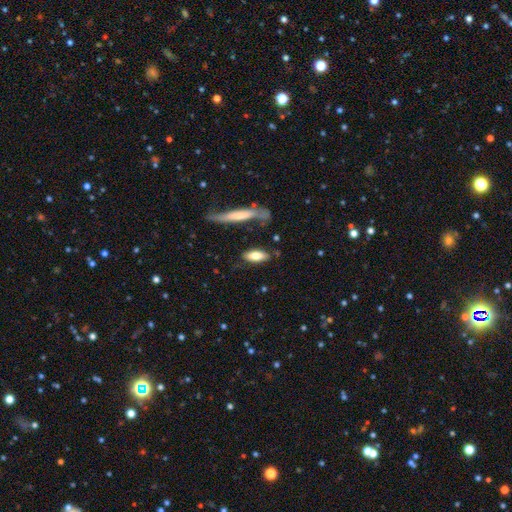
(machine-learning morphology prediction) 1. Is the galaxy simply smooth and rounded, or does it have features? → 75% smooth, 18% featured or disk, 6% star or artifact.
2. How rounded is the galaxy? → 72% in between, 25% cigar-shaped, 3% round.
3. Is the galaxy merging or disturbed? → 70% none, 17% minor disturbance, 6% major disturbance, 6% merger.